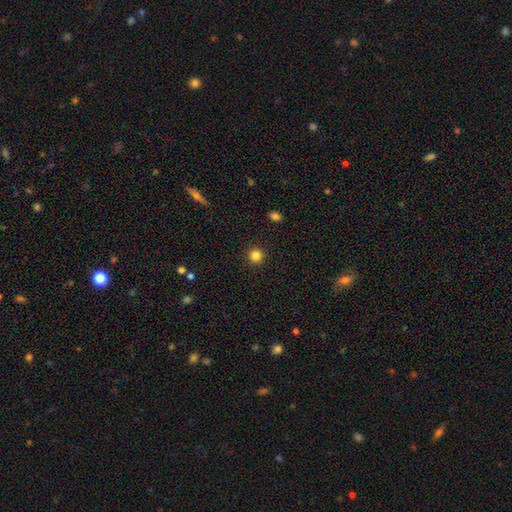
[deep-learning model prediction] Smooth or featured: smooth — 84% (star or artifact — 12%)
How rounded: round — 95% (in between — 4%)
Merging: none — 92% (minor disturbance — 5%)